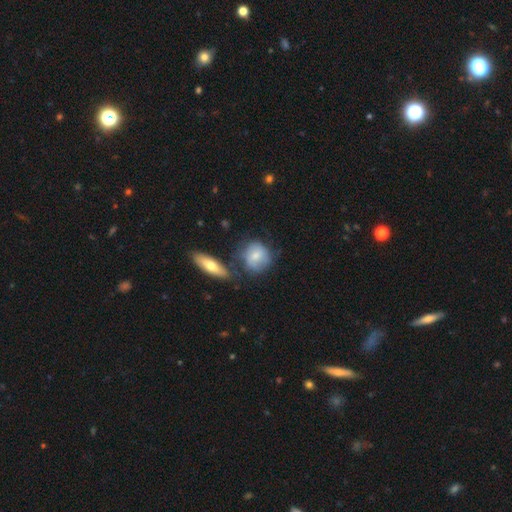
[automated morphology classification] This is likely a smooth galaxy (68%). How rounded: likely round (73%). Merging: possibly none (55%).